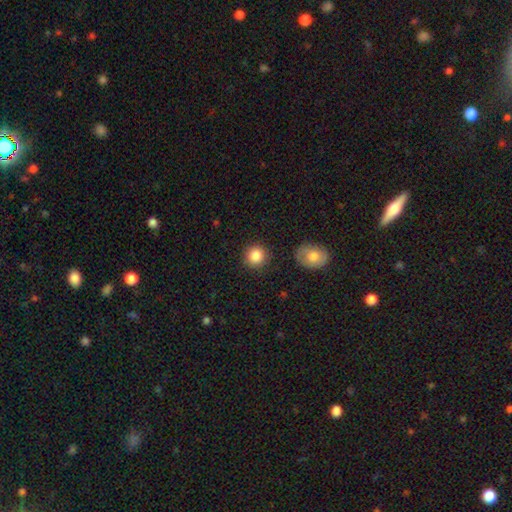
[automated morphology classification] Overall: smooth (86%). How rounded: round (91%). Merging: none (87%).